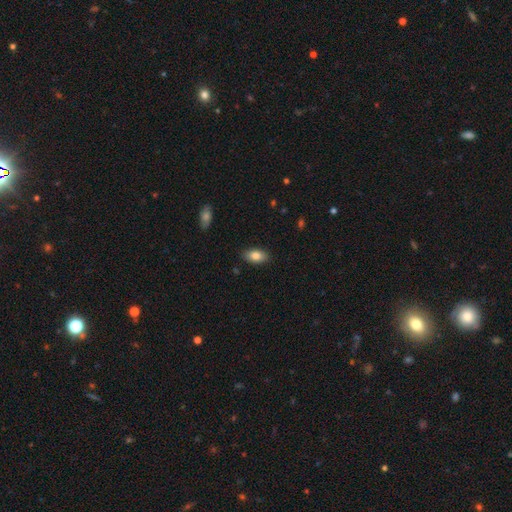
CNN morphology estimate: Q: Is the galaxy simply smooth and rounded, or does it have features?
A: smooth — 84%.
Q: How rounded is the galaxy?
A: in between — 92%.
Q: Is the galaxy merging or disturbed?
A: none — 87%.